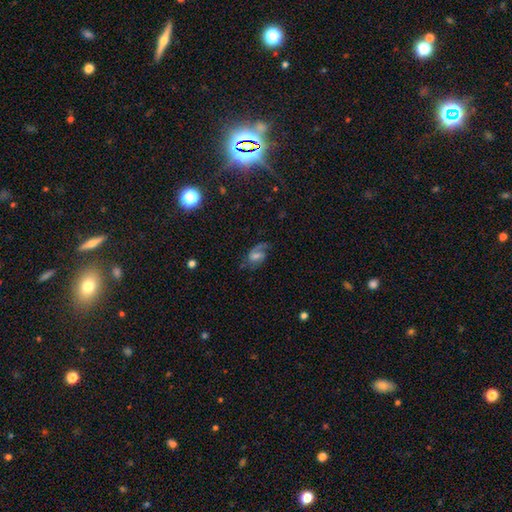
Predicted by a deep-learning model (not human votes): This appears to be a featured or disk galaxy (72%) with a weak bar (50%), 2 (68%) medium (47%) spiral arms (93%) and a moderate central bulge (40%). Merging: none (62%).